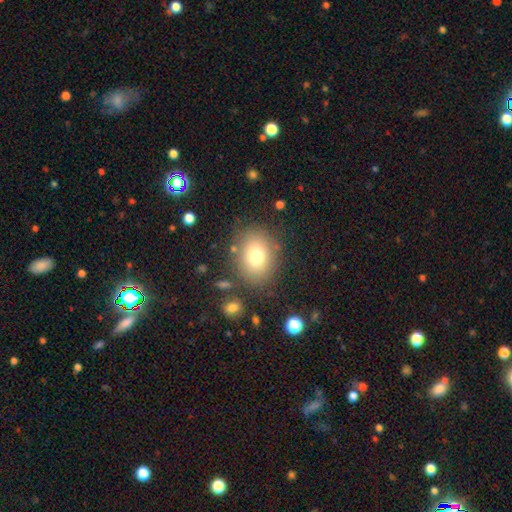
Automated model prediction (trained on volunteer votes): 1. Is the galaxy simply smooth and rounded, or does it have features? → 75% smooth, 13% featured or disk, 12% star or artifact.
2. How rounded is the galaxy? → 54% round, 46% in between, 1% cigar-shaped.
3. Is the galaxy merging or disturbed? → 81% none, 11% minor disturbance, 5% major disturbance, 4% merger.